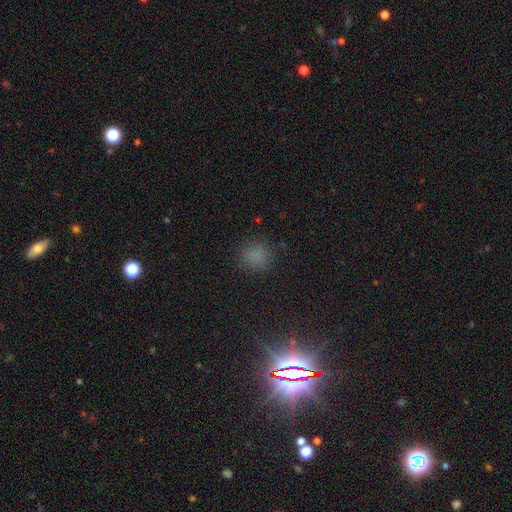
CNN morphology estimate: Smooth or featured? Predicted: smooth (p=0.75). How rounded? Predicted: round (p=0.89). Merging? Predicted: none (p=0.86).